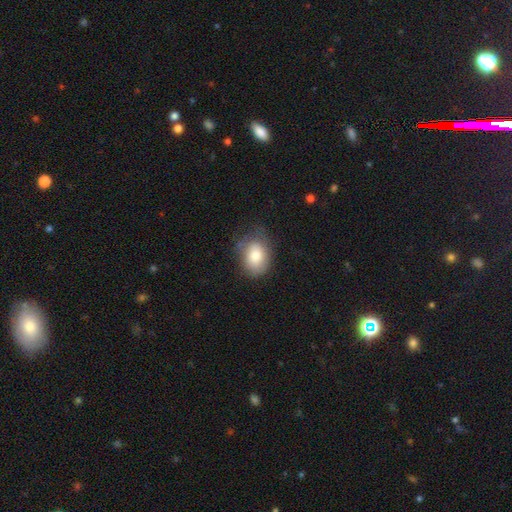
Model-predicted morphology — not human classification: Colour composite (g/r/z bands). It shows a smooth galaxy with no disk features (77%) that is in between round and cigar-shaped (67%). Merging: none (63%).